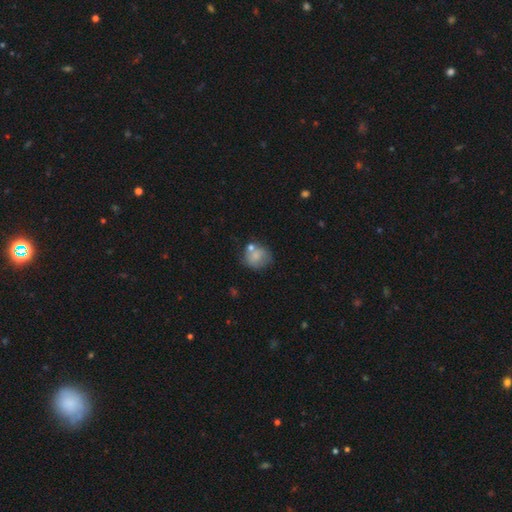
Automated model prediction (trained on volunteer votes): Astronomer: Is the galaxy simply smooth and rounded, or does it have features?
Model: smooth — 73%.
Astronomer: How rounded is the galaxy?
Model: round — 78%.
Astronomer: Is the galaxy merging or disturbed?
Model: none — 53%.